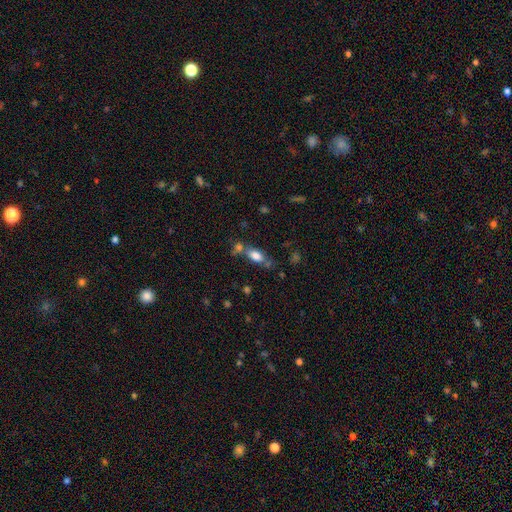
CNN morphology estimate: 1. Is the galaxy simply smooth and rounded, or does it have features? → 76% smooth, 14% featured or disk, 10% star or artifact.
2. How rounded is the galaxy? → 81% in between, 12% cigar-shaped, 7% round.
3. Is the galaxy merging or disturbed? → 49% none, 28% merger, 15% minor disturbance, 7% major disturbance.